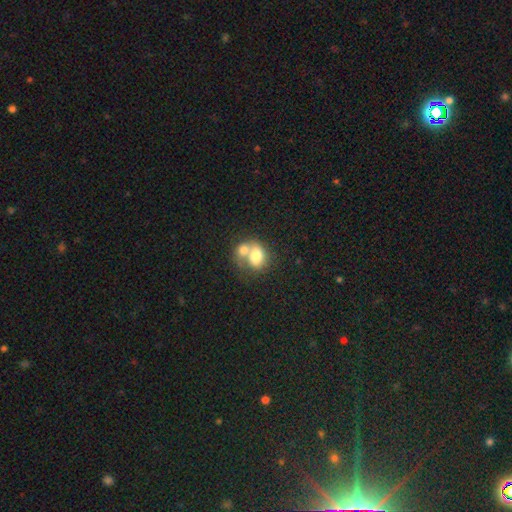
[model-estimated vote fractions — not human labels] This appears to be a smooth galaxy with no disk features (71%) that is in between round and cigar-shaped (60%). Merging: merger (68%).